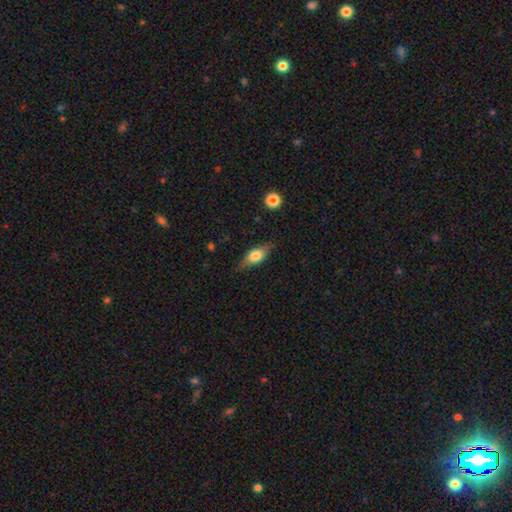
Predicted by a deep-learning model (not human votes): smooth-or-featured: smooth: 62% | featured or disk: 31% | star or artifact: 7%
  how-rounded: in between: 75% | cigar-shaped: 19% | round: 6%
  merging: none: 75% | minor disturbance: 19% | major disturbance: 4% | merger: 1%